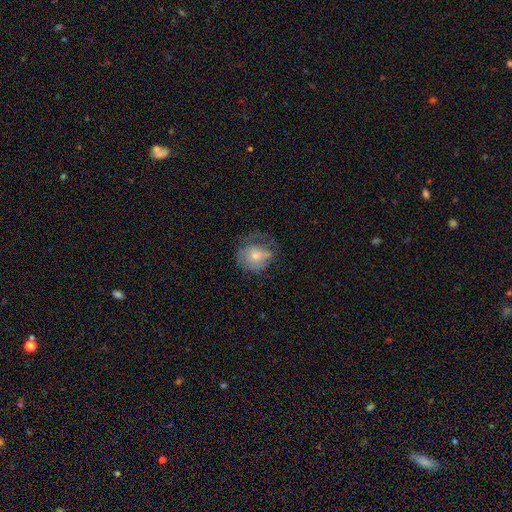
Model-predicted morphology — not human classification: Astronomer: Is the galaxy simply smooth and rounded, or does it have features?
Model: smooth — 60%.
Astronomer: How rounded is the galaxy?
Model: round — 70%.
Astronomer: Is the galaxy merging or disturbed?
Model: none — 44% (runner-up: minor disturbance, 28%).